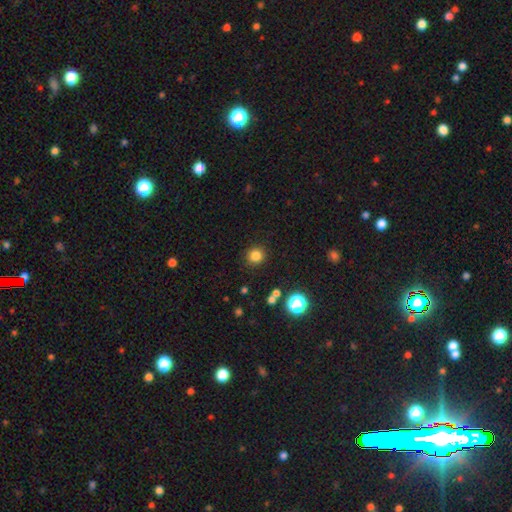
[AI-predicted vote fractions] smooth_or_featured: smooth (p=0.82) [alt: star or artifact p=0.14]
how_rounded: round (p=0.92) [alt: in between p=0.07]
merging: none (p=0.90) [alt: minor disturbance p=0.06]